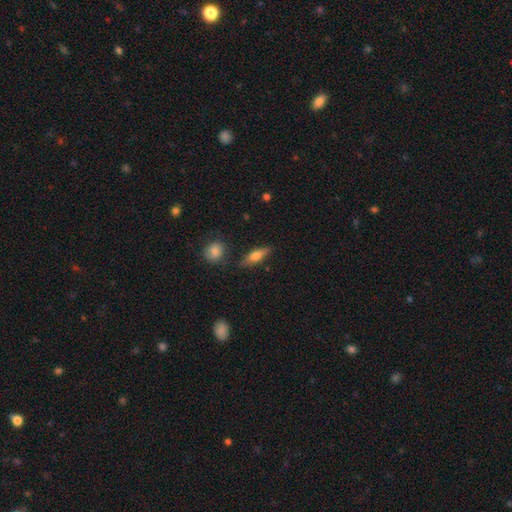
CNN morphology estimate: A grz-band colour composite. It shows a smooth galaxy with no disk features (58%) that is cigar-shaped (48%, tied with in between). Merging: none (79%).